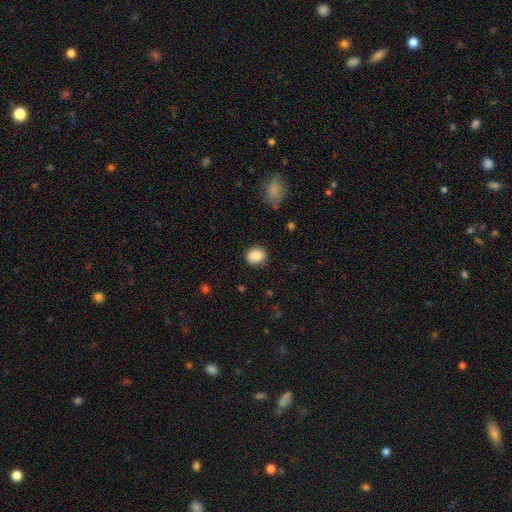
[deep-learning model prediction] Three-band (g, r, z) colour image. It shows a smooth galaxy with no disk features (88%) that is round (65%). Merging: none (85%).